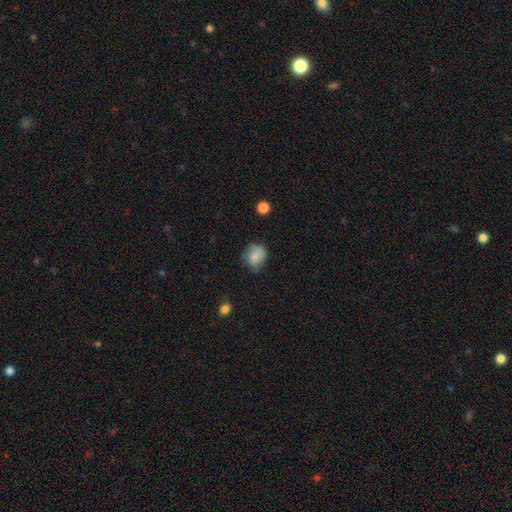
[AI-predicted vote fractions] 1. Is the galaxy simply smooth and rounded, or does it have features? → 77% smooth, 14% featured or disk, 9% star or artifact.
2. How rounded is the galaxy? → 76% round, 23% in between, 1% cigar-shaped.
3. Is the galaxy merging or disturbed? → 59% none, 30% minor disturbance, 9% major disturbance, 2% merger.